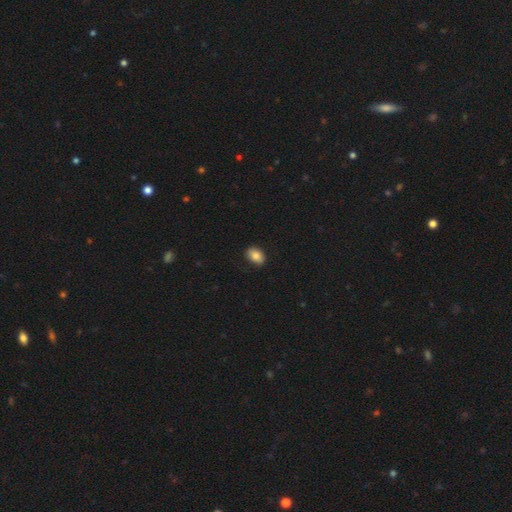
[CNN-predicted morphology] This is clearly a smooth galaxy (85%). How rounded: clearly in between (82%). Merging: clearly none (86%).